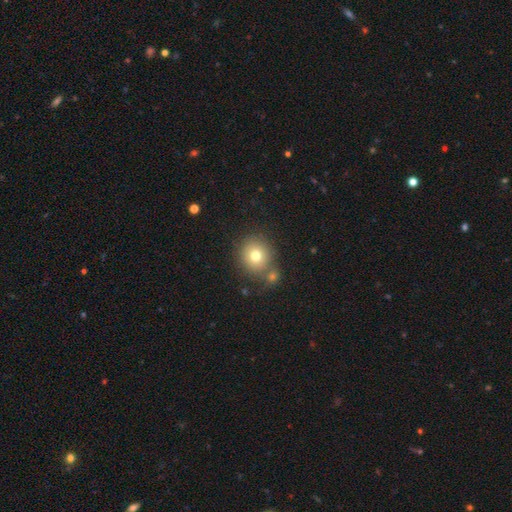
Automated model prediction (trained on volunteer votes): Morphology: type=smooth (74%); roundness=round (89%); merging=none (67%).